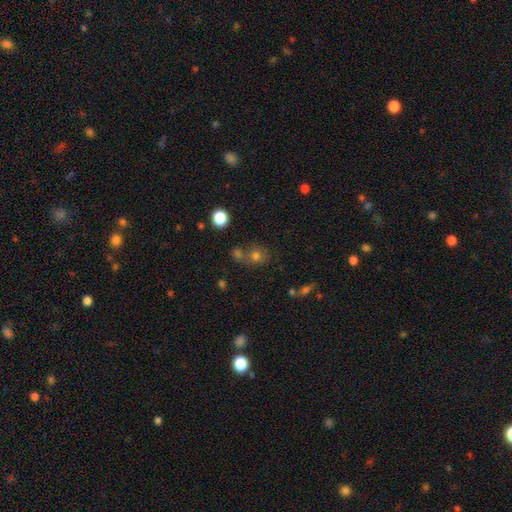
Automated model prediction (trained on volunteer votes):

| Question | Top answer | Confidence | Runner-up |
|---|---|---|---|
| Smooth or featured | smooth | 71% | star or artifact (18%) |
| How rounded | round | 77% | in between (22%) |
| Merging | none | 59% | merger (27%) |